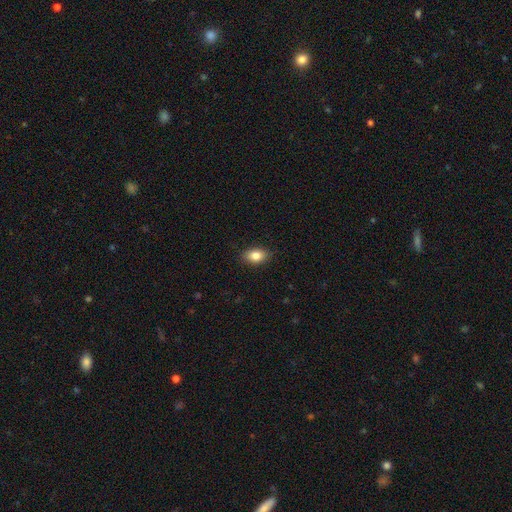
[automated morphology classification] The model was most divided on "how rounded": in between: 85%, round: 14%, cigar-shaped: 2%. More confident: merging — none (87%); smooth or featured — smooth (85%).